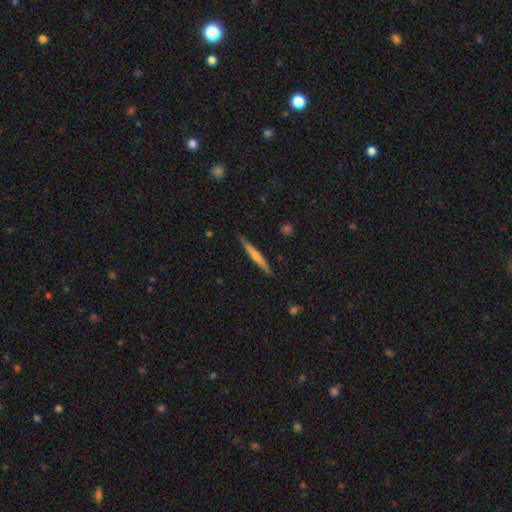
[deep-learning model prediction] Smooth or featured?
  - featured or disk: 51% *
  - smooth: 43%
  - star or artifact: 6%
Edge-on disk?
  - yes: 97% *
  - no: 3%
Merging?
  - none: 88% *
  - minor disturbance: 9%
  - major disturbance: 2%
  - merger: 1%